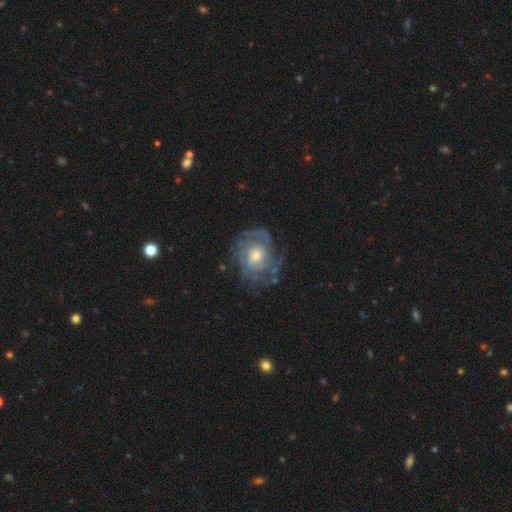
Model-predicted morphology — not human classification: Smooth or featured? featured or disk (85%)
Edge-on disk? no (97%)
Bar? no (58%)
Spiral arms? yes (94%)
Spiral winding? tight (61%)
Spiral arm count? can't tell (33%)
Bulge size? moderate (52%)
Merging? none (71%)